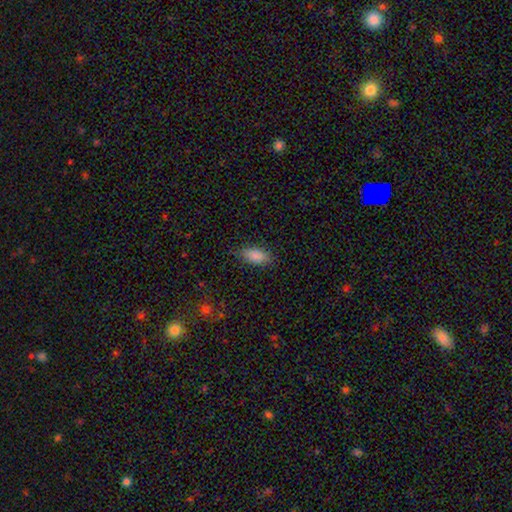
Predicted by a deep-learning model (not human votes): Q: Smooth or featured?
A: smooth (87%); runner-up: star or artifact (7%)
Q: How rounded?
A: in between (89%); runner-up: cigar-shaped (9%)
Q: Merging?
A: none (80%); runner-up: minor disturbance (15%)